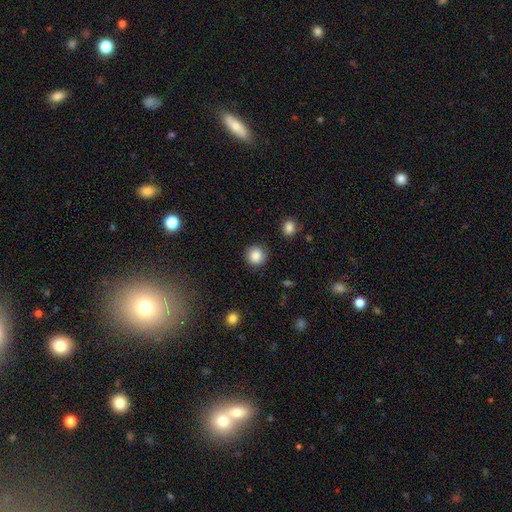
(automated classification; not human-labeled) This is clearly a smooth galaxy (87%). How rounded: clearly round (93%). Merging: clearly none (87%).